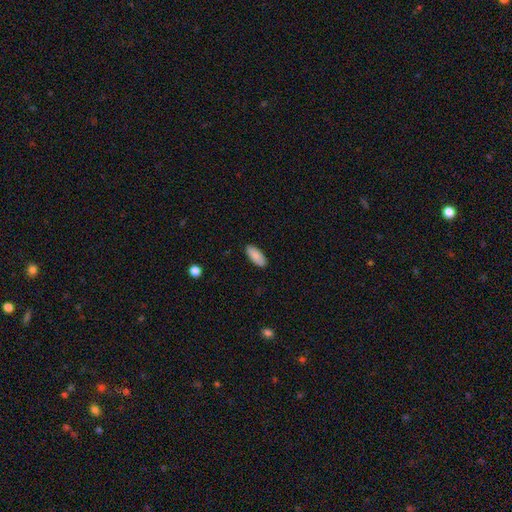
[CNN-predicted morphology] Smooth or featured? smooth (87%)
How rounded? in between (84%)
Merging? none (89%)